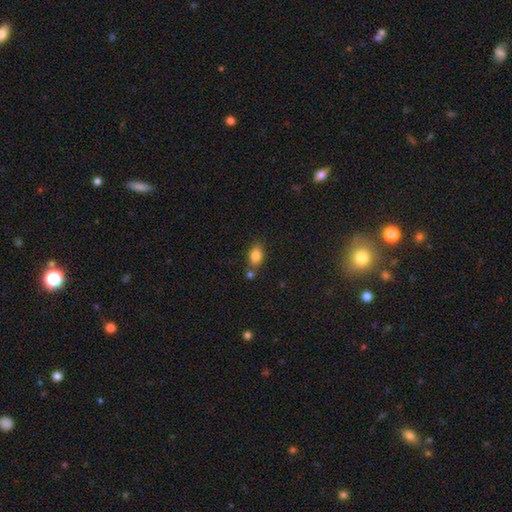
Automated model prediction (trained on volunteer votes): Smooth or featured? Predicted: smooth (p=0.83). How rounded? Predicted: in between (p=0.83). Merging? Predicted: none (p=0.67).